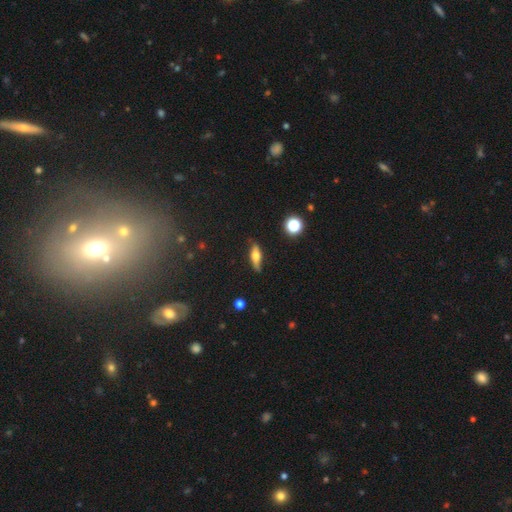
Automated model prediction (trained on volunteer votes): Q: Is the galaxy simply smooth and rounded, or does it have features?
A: featured or disk — 48%.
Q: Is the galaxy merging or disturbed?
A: none — 80%.